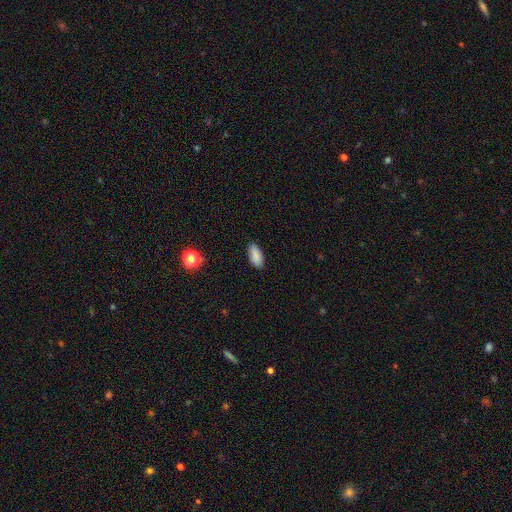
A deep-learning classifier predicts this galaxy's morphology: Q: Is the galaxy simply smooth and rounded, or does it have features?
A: smooth — 88%.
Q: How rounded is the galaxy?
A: in between — 88%.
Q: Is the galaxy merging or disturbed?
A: none — 85%.